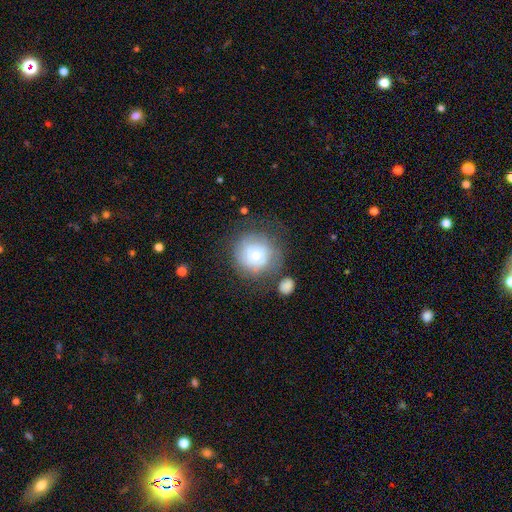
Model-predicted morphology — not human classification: Q: Smooth or featured?
A: smooth (52%); runner-up: featured or disk (39%)
Q: How rounded?
A: round (91%); runner-up: in between (8%)
Q: Merging?
A: none (61%); runner-up: minor disturbance (19%)